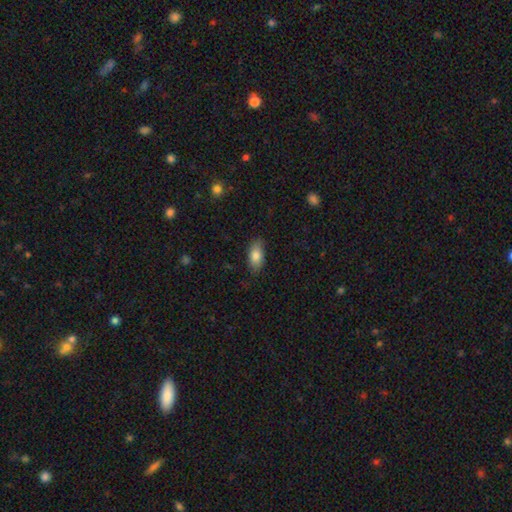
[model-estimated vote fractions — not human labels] smooth-or-featured: smooth: 82% | featured or disk: 11% | star or artifact: 7%
  how-rounded: in between: 90% | cigar-shaped: 7% | round: 3%
  merging: none: 83% | minor disturbance: 14% | major disturbance: 3% | merger: 1%